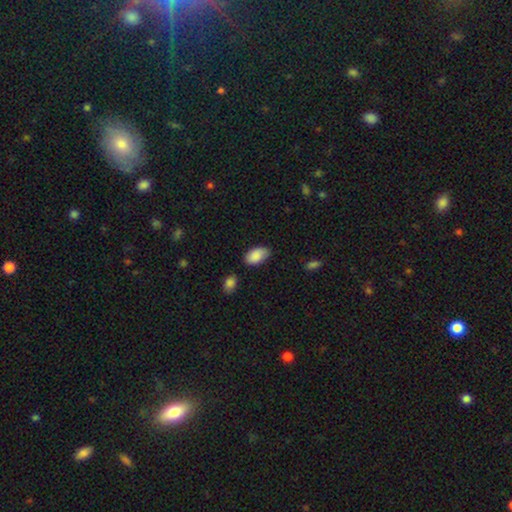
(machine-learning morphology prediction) The model was most divided on "merging": none: 76%, minor disturbance: 18%, major disturbance: 3%, merger: 3%. More confident: how rounded — in between (95%); smooth or featured — smooth (88%).